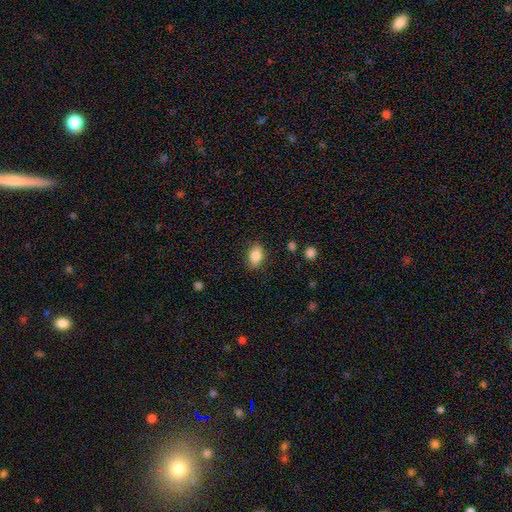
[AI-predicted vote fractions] This appears to be a smooth galaxy with no disk features (84%) that is in between round and cigar-shaped (83%). Merging: none (85%).